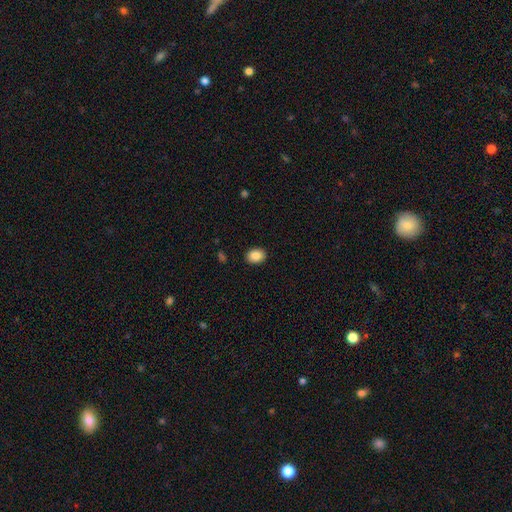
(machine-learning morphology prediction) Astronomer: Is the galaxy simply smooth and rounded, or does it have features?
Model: smooth — 87%.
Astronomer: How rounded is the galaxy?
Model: in between — 63%.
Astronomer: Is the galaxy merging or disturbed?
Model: none — 90%.